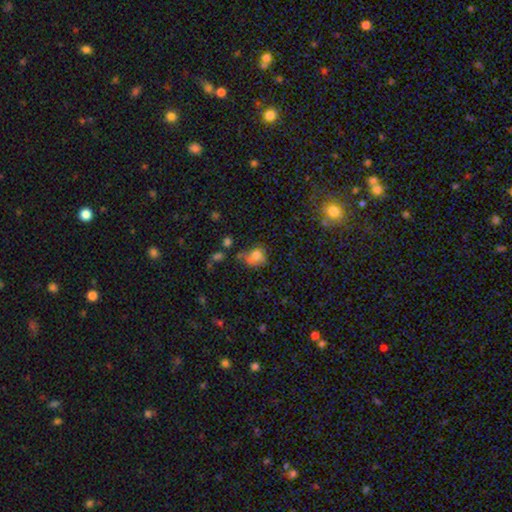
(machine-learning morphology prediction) Smooth or featured: smooth — 71% (featured or disk — 16%)
How rounded: round — 51% (in between — 48%)
Merging: none — 42% (minor disturbance — 30%)